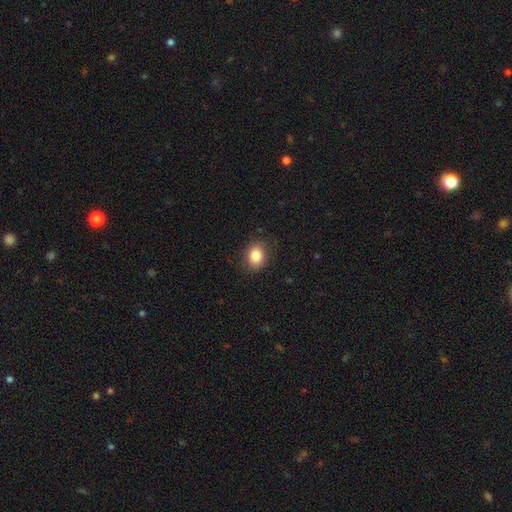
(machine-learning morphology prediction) Overall: smooth (85%). How rounded: round (50%; in between 49%). Merging: none (86%).